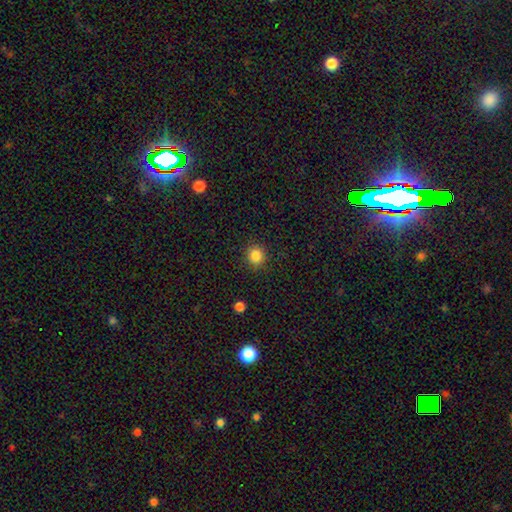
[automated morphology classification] type=smooth (85%); roundness=round (89%); merging=none (90%).